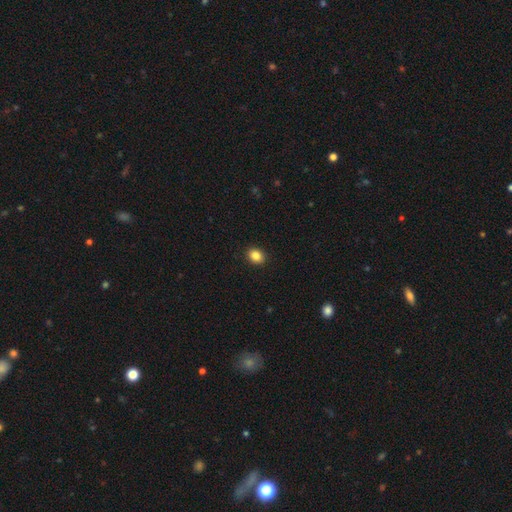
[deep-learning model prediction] Smooth or featured: smooth — 86% (star or artifact — 10%)
How rounded: in between — 50% (round — 49%)
Merging: none — 91% (minor disturbance — 6%)